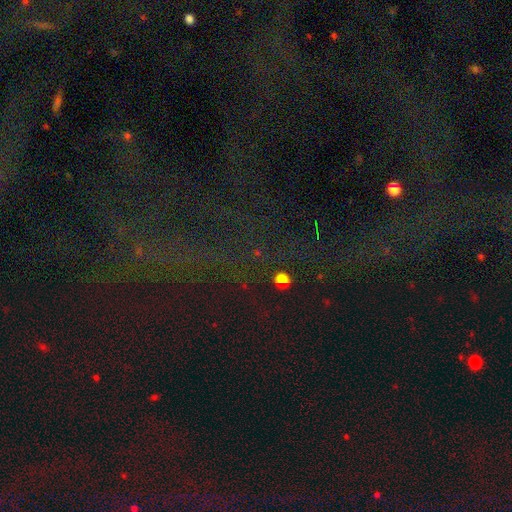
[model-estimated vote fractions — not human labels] Smooth or featured?
  - star or artifact: 78% *
  - smooth: 11%
  - featured or disk: 11%